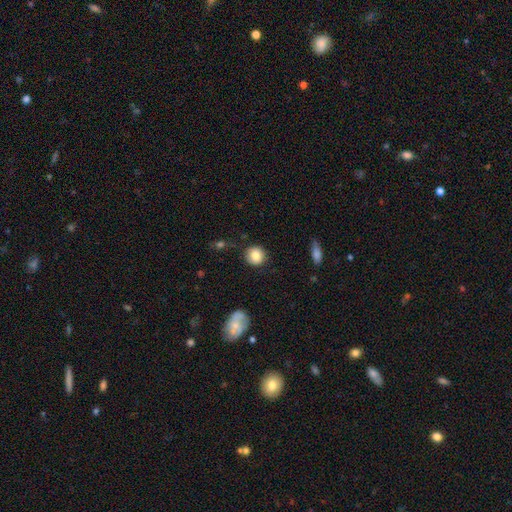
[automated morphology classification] Smooth or featured? Predicted: smooth (p=0.83). How rounded? Predicted: round (p=0.90). Merging? Predicted: none (p=0.86).